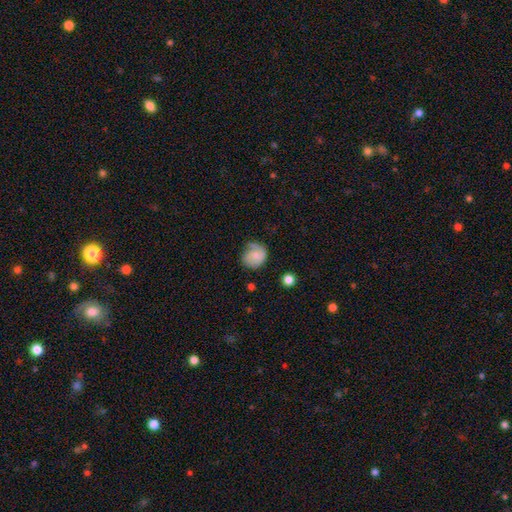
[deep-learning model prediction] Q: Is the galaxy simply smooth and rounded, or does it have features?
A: smooth — 53%.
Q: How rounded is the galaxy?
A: round — 71%.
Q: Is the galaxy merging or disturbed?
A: none — 53%.